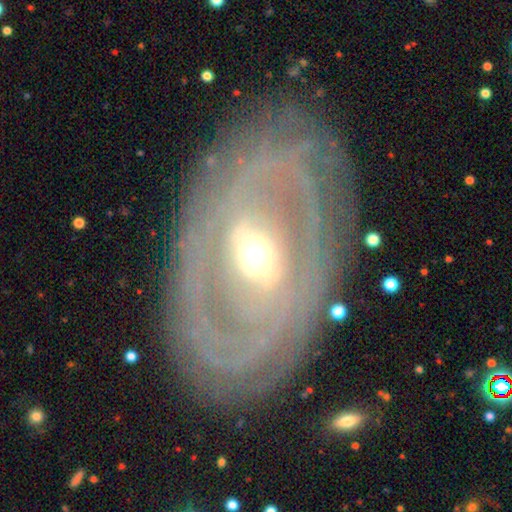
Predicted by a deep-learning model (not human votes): A featured or disk galaxy (84%) with a weak bar (39%), tight (70%) spiral arms (77%) and a moderate central bulge (65%).

Vote fractions:
- Smooth or featured? featured or disk: 84% / smooth: 11% / star or artifact: 5%
- Edge-on disk? no: 93% / yes: 7%
- Bar? weak: 39% / strong: 32% / no: 29%
- Spiral arms? yes: 77% / no: 23%
- Spiral winding? tight: 70% / medium: 20% / loose: 9%
- Spiral arm count? can't tell: 43% / 2: 32% / 3: 9% / 4: 6% / 1: 6% / more than 4: 5%
- Bulge size? moderate: 65% / small: 26% / large: 7% / dominant: 1% / none: 1%
- Merging? none: 80% / minor disturbance: 13% / major disturbance: 6% / merger: 1%